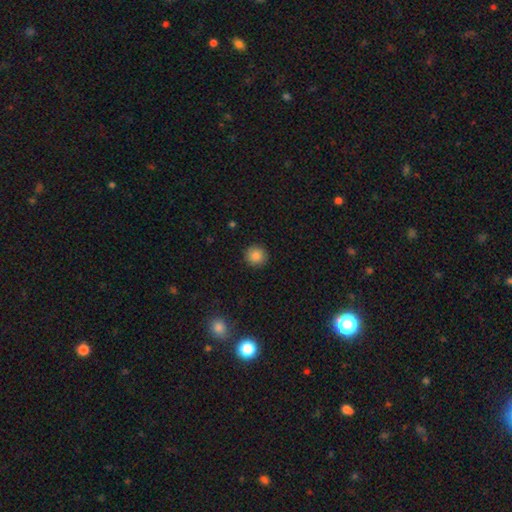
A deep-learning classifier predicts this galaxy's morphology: Smooth or featured? smooth (84%)
How rounded? round (94%)
Merging? none (92%)